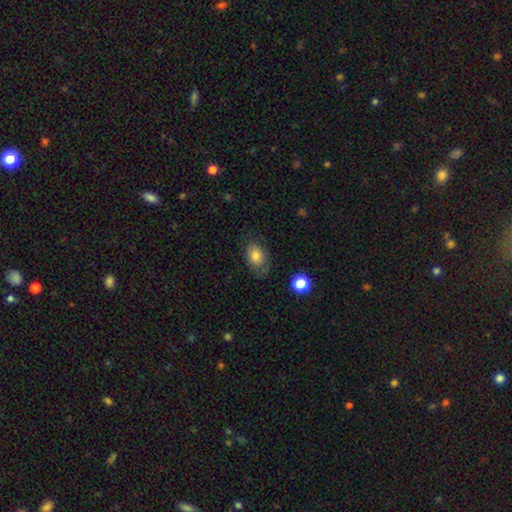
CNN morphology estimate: The model was most divided on "merging": none: 61%, minor disturbance: 25%, major disturbance: 11%, merger: 2%. More confident: how rounded — in between (85%); smooth or featured — smooth (75%).